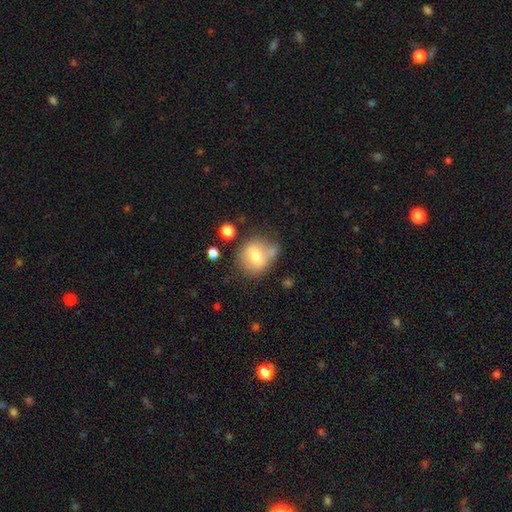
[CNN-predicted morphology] Smooth or featured? Predicted: smooth (p=0.64). How rounded? Predicted: round (p=0.69). Merging? Predicted: none (p=0.50).